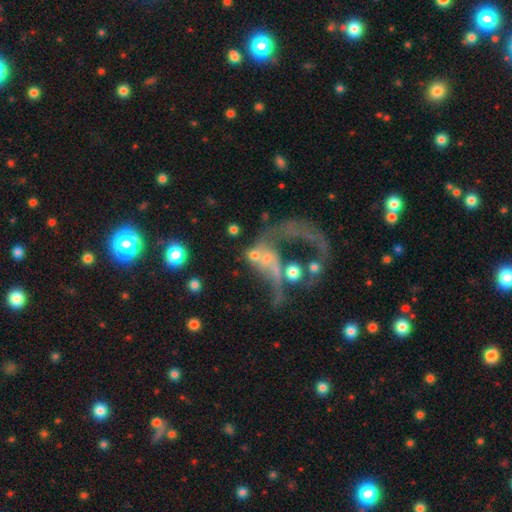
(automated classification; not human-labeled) Smooth or featured? Predicted: featured or disk (p=0.60). Edge-on disk? Predicted: no (p=0.96). Bar? Predicted: no (p=0.69). Spiral arms? Predicted: yes (p=0.63). Bulge size? Predicted: small (p=0.37). Merging? Predicted: merger (p=0.45).